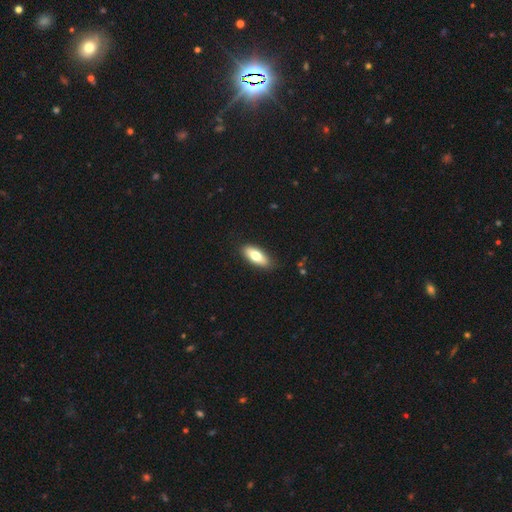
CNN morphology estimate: A smooth galaxy with no disk features (73%) that is in between round and cigar-shaped (77%). Merging: none (87%).